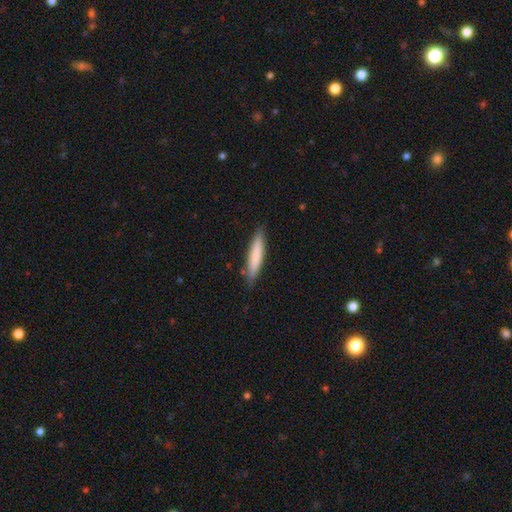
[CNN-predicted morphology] smooth_or_featured: smooth (p=0.77) [alt: featured or disk p=0.17]
how_rounded: cigar-shaped (p=0.89) [alt: in between p=0.10]
merging: none (p=0.85) [alt: minor disturbance p=0.11]